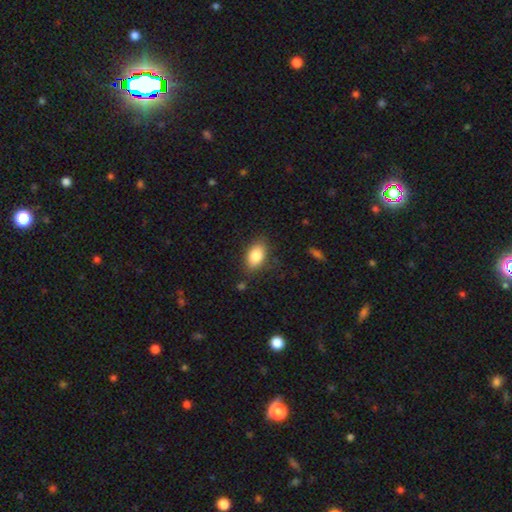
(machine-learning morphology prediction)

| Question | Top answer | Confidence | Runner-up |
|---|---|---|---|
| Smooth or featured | smooth | 84% | featured or disk (8%) |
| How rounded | in between | 89% | round (9%) |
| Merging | none | 81% | minor disturbance (14%) |